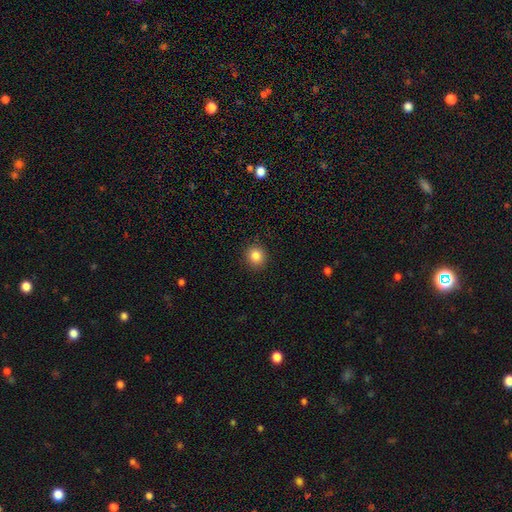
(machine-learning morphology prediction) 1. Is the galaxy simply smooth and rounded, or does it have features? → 85% smooth, 11% star or artifact, 5% featured or disk.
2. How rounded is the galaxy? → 88% round, 11% in between, 1% cigar-shaped.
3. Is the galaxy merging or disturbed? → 91% none, 6% minor disturbance, 2% major disturbance, 1% merger.